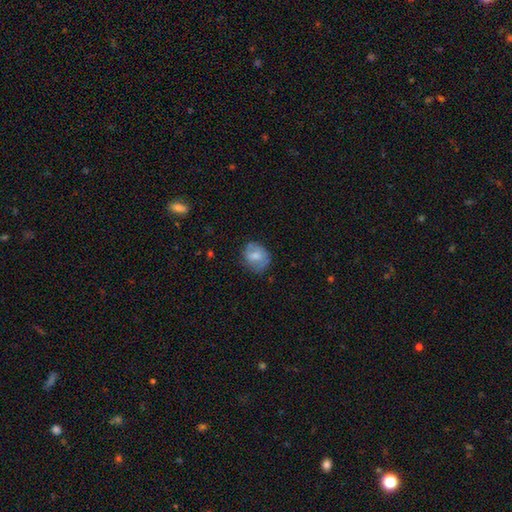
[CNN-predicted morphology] The model was most divided on "how rounded": round: 62%, in between: 37%, cigar-shaped: 1%. More confident: smooth or featured — smooth (67%); merging — none (63%).